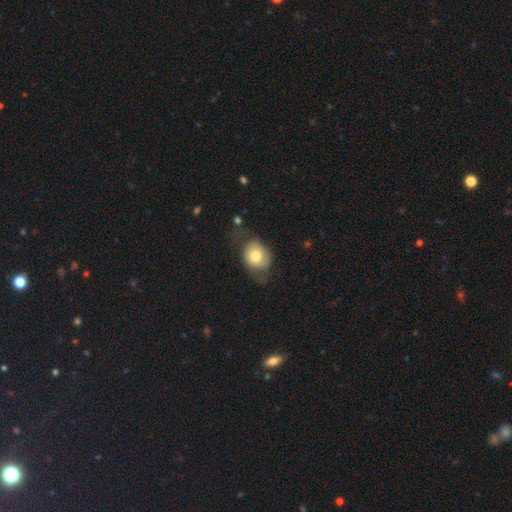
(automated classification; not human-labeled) The model was most divided on "how rounded": in between: 50%, round: 49%, cigar-shaped: 1%. Remaining: smooth or featured — smooth (70%); merging — none (45%).